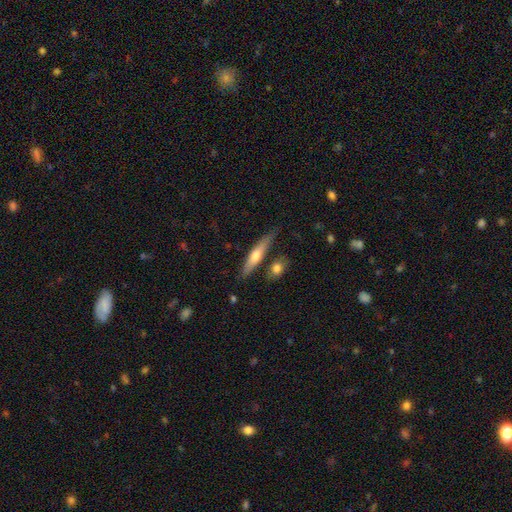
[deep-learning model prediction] This is possibly a smooth galaxy (49%). Merging: likely none (74%).